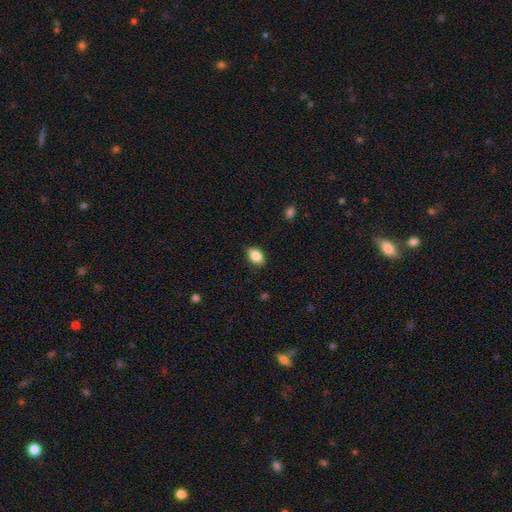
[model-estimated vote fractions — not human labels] This appears to be a smooth galaxy with no disk features (82%) that is in between round and cigar-shaped (87%). Merging: none (82%).